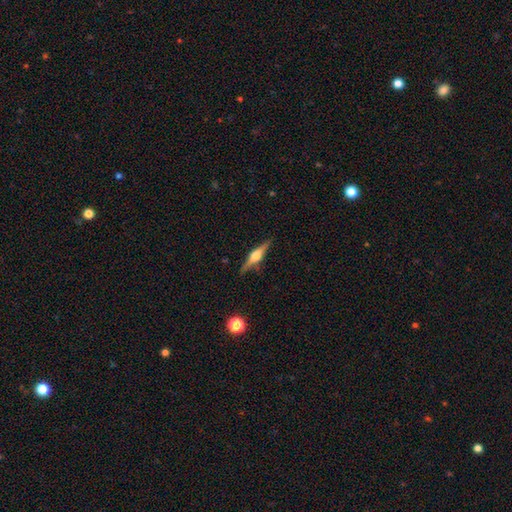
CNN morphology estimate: This appears to be a featured or disk galaxy (74%) viewed edge-on (98%) with a rounded central bulge (92%). Merging: none (87%).